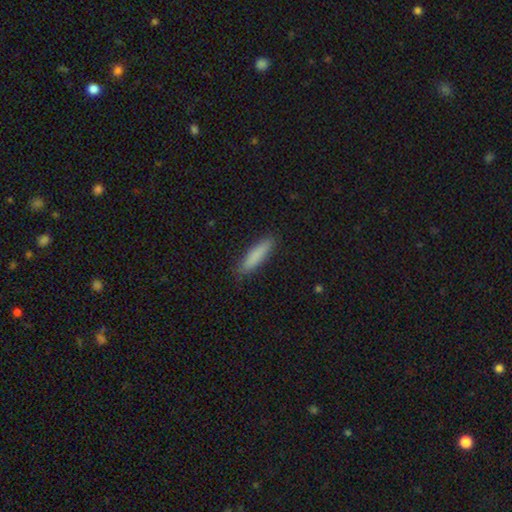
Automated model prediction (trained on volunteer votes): Smooth or featured? smooth (85%)
How rounded? cigar-shaped (81%)
Merging? none (87%)